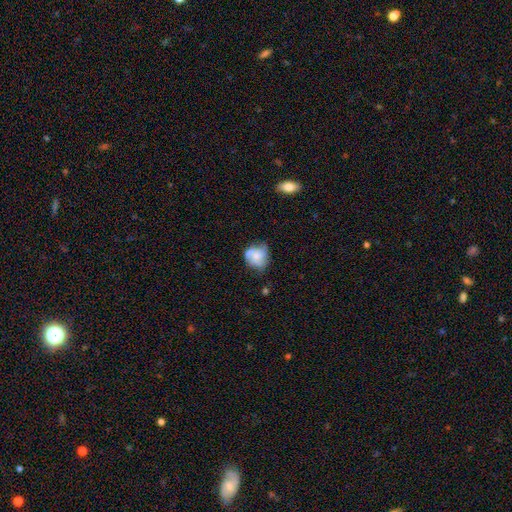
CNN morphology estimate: smooth_or_featured: featured or disk (p=0.47) [alt: smooth p=0.45]
merging: none (p=0.48) [alt: minor disturbance p=0.28]